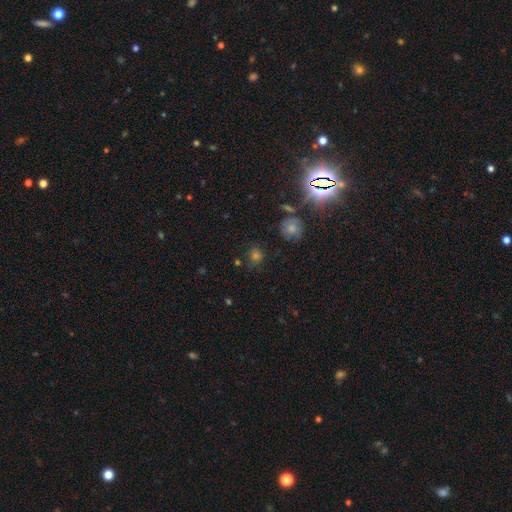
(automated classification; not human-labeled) A smooth galaxy with no disk features (45%). Merging: none (81%).